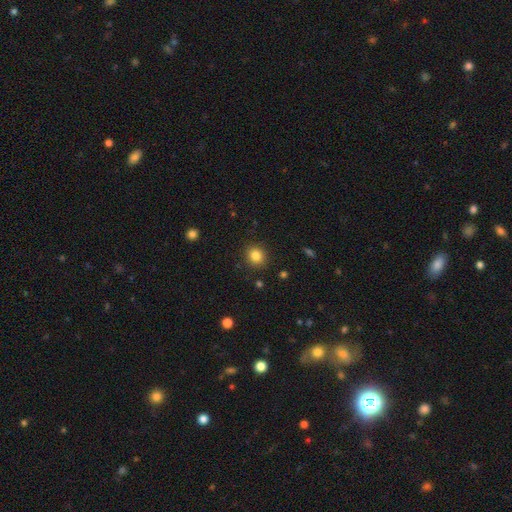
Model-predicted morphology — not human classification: smooth_or_featured: smooth (p=0.83) [alt: star or artifact p=0.11]
how_rounded: round (p=0.84) [alt: in between p=0.15]
merging: none (p=0.89) [alt: minor disturbance p=0.07]